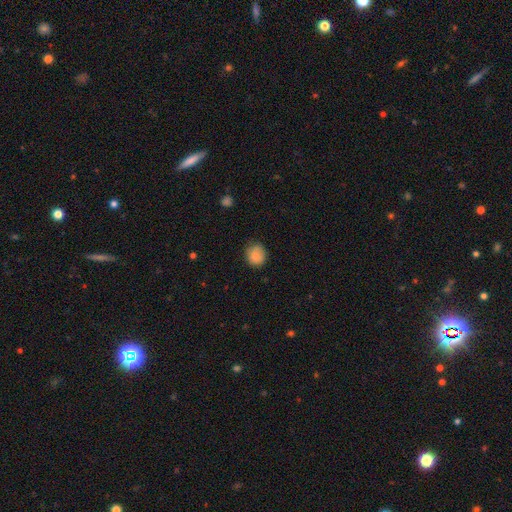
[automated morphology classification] Q: Smooth or featured?
A: smooth (86%); runner-up: star or artifact (8%)
Q: How rounded?
A: round (84%); runner-up: in between (15%)
Q: Merging?
A: none (73%); runner-up: minor disturbance (21%)